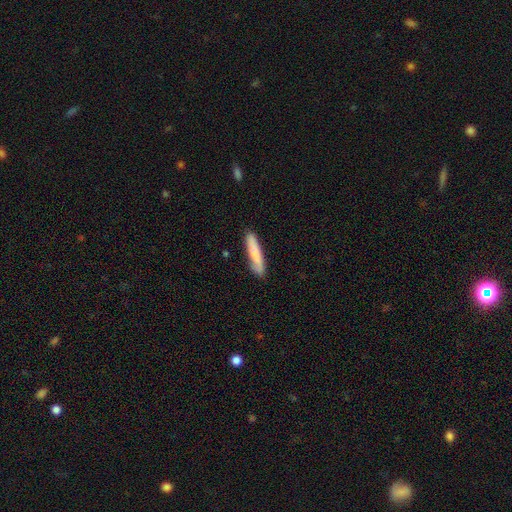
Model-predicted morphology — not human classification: type=smooth (78%); roundness=cigar-shaped (90%); merging=none (86%).